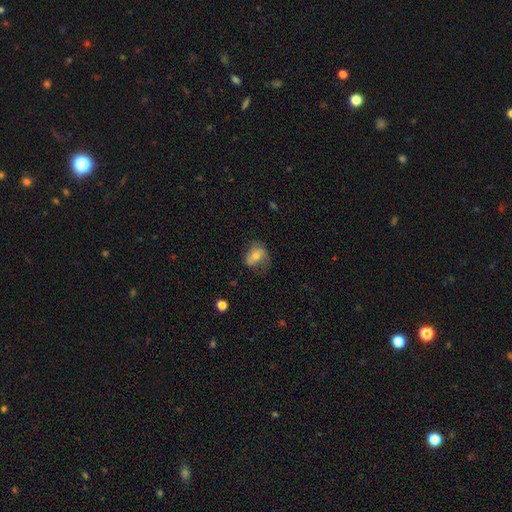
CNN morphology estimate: This is possibly a smooth galaxy (59%). How rounded: likely in between (69%). Merging: possibly none (53%).